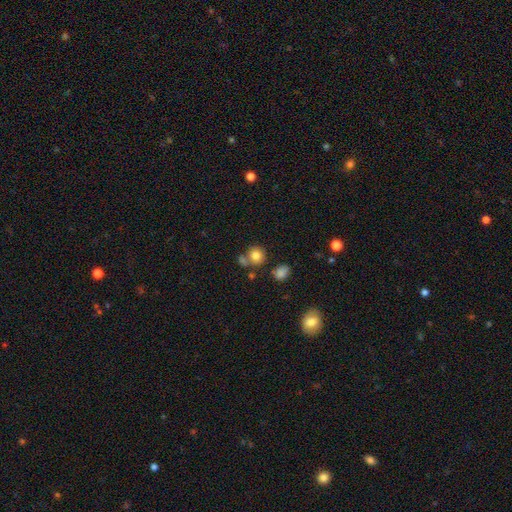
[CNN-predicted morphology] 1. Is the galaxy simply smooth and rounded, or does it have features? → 80% smooth, 11% star or artifact, 9% featured or disk.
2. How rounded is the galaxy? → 85% round, 15% in between, 1% cigar-shaped.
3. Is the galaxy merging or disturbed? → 63% none, 21% merger, 12% minor disturbance, 4% major disturbance.